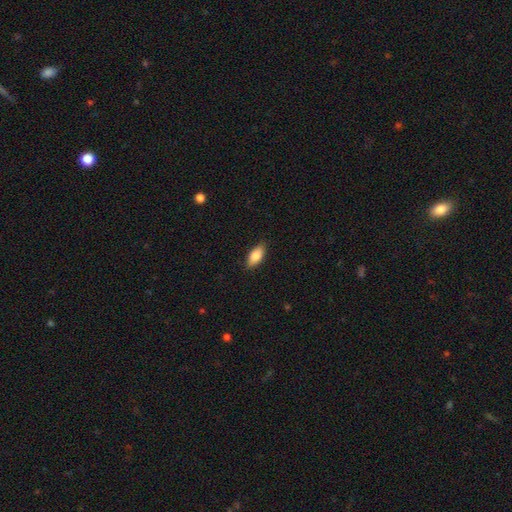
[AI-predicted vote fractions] Smooth or featured? Predicted: smooth (p=0.80). How rounded? Predicted: in between (p=0.87). Merging? Predicted: none (p=0.87).